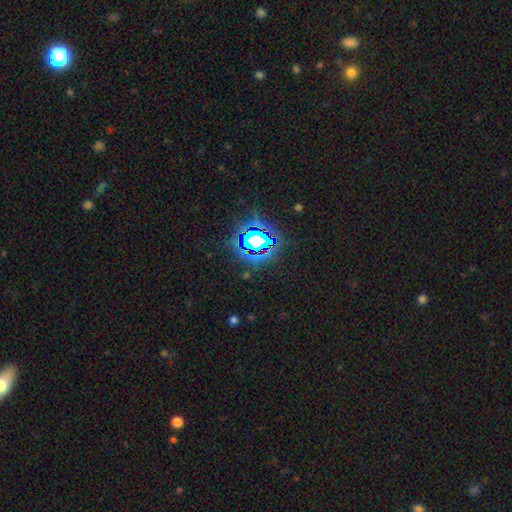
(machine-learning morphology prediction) This is clearly a star or artifact rather than a galaxy (84%).